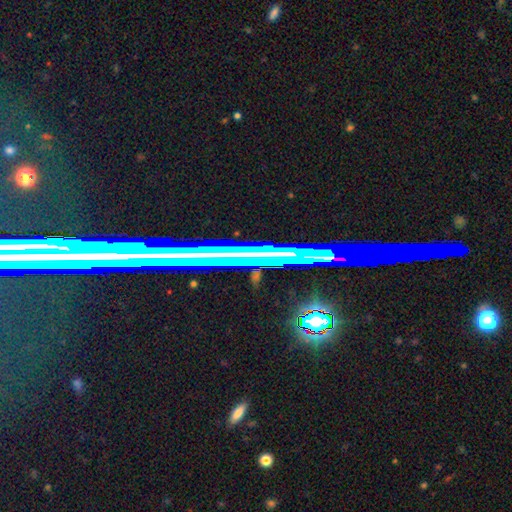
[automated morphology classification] Smooth or featured?
  - star or artifact: 50% *
  - featured or disk: 36%
  - smooth: 14%